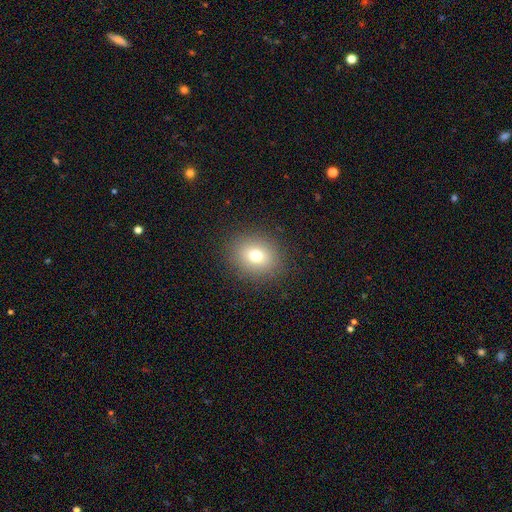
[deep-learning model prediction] Overall: smooth (74%). How rounded: round (65%; in between 35%). Merging: none (88%).